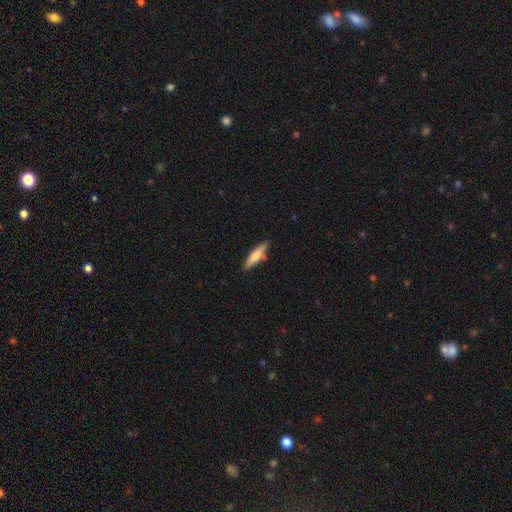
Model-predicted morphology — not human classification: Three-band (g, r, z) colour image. It shows a smooth galaxy with no disk features (67%) that is cigar-shaped (75%). Merging: none (81%).